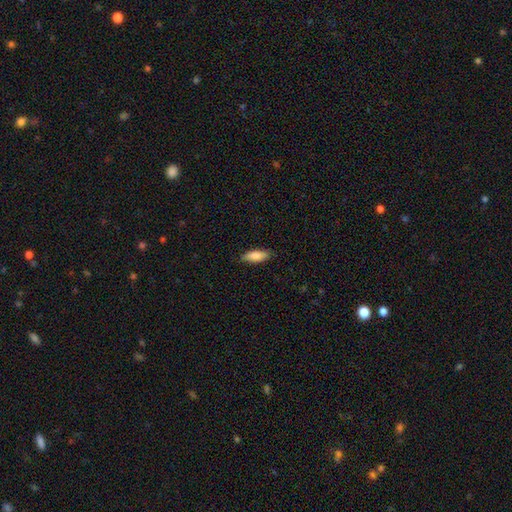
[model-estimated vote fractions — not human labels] Smooth or featured: smooth — 85% (featured or disk — 9%)
How rounded: in between — 66% (cigar-shaped — 33%)
Merging: none — 83% (minor disturbance — 13%)